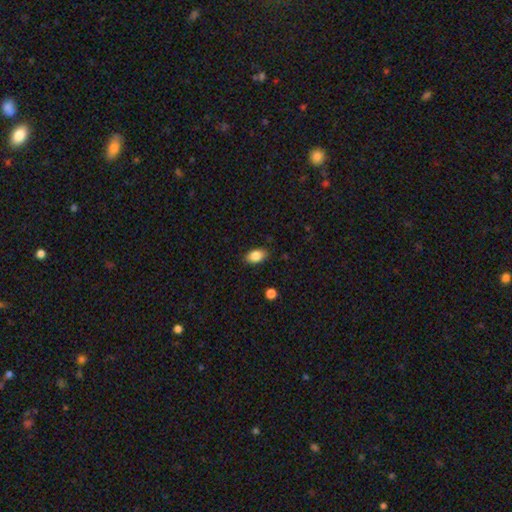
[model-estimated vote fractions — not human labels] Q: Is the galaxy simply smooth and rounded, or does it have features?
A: smooth — 85%.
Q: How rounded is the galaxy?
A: in between — 88%.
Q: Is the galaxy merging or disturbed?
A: none — 86%.